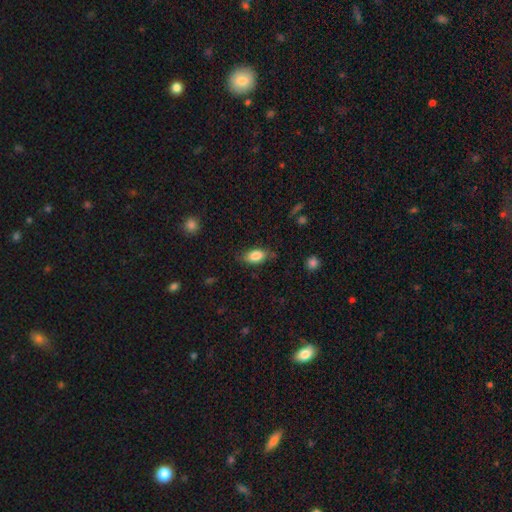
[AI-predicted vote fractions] A smooth galaxy with no disk features (83%) that is in between round and cigar-shaped (88%).

Vote fractions:
- Smooth or featured? smooth: 83% / featured or disk: 10% / star or artifact: 7%
- How rounded? in between: 88% / round: 6% / cigar-shaped: 5%
- Merging? none: 76% / minor disturbance: 18% / major disturbance: 4% / merger: 2%